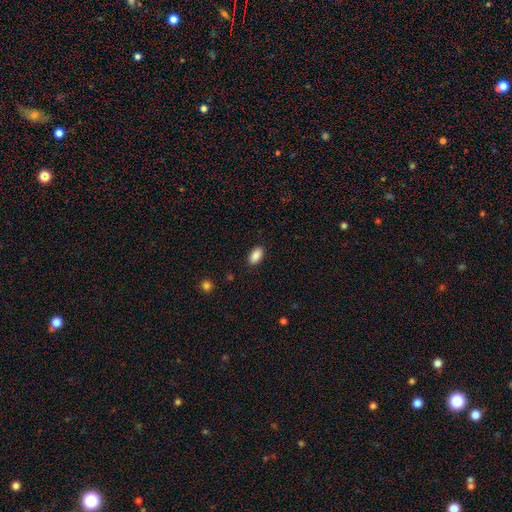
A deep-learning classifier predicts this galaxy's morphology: Smooth or featured? Predicted: smooth (p=0.89). How rounded? Predicted: in between (p=0.93). Merging? Predicted: none (p=0.89).